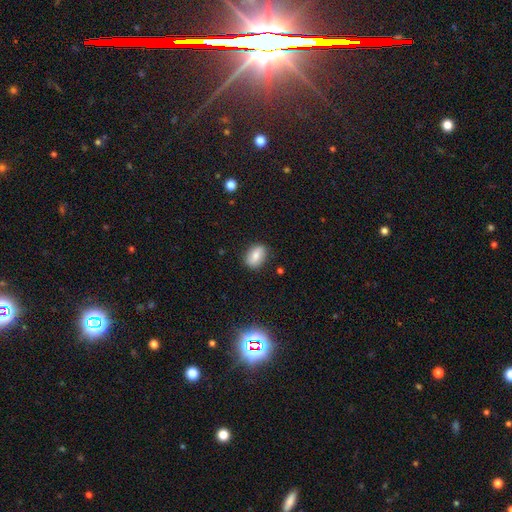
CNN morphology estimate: A smooth galaxy with no disk features (73%) that is in between round and cigar-shaped (78%). Merging: none (84%).